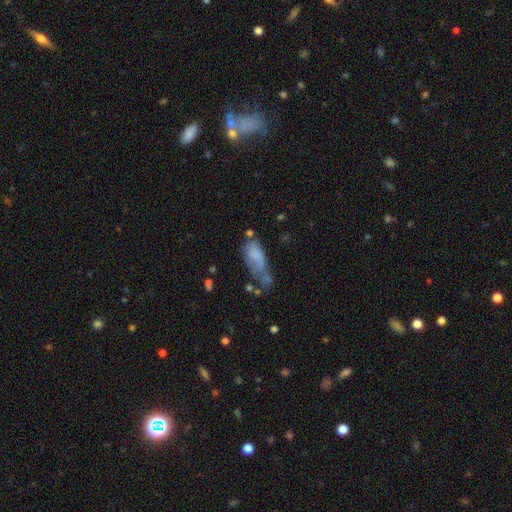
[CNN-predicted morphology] smooth-or-featured: smooth: 70% | featured or disk: 20% | star or artifact: 10%
  how-rounded: in between: 78% | cigar-shaped: 19% | round: 3%
  merging: major disturbance: 32% | minor disturbance: 26% | none: 23% | merger: 18%